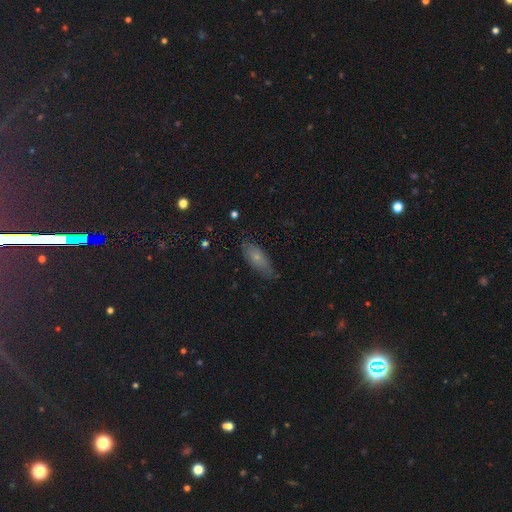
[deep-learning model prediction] Smooth or featured? Predicted: smooth (p=0.53). How rounded? Predicted: in between (p=0.65). Merging? Predicted: none (p=0.74).